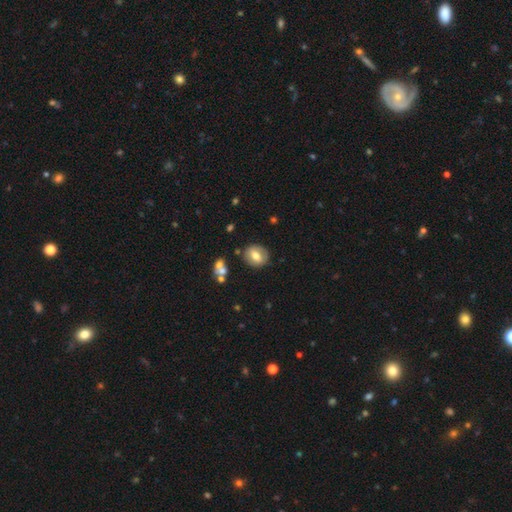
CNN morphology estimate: The model was most divided on "how rounded": round: 67%, in between: 31%, cigar-shaped: 1%. More confident: merging — none (83%); smooth or featured — smooth (68%).